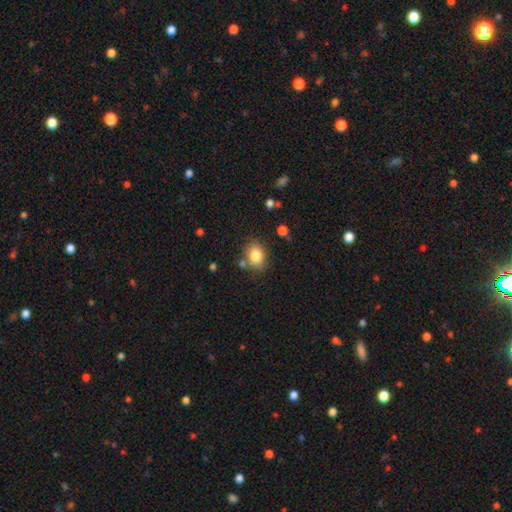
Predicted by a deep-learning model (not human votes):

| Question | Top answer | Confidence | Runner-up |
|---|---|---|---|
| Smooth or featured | smooth | 82% | star or artifact (9%) |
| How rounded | in between | 61% | round (38%) |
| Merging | none | 74% | minor disturbance (14%) |